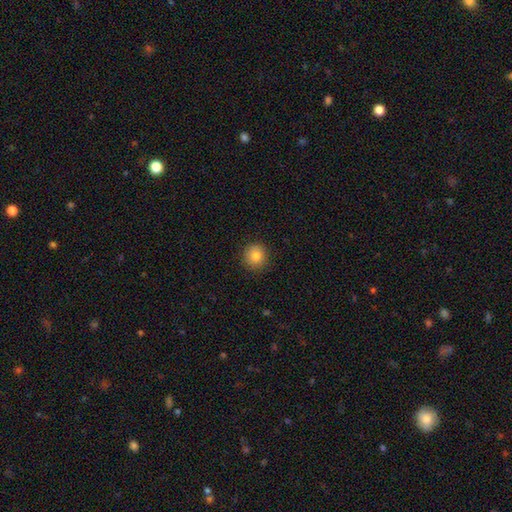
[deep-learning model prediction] Morphology: type=smooth (81%); roundness=round (92%); merging=none (89%).